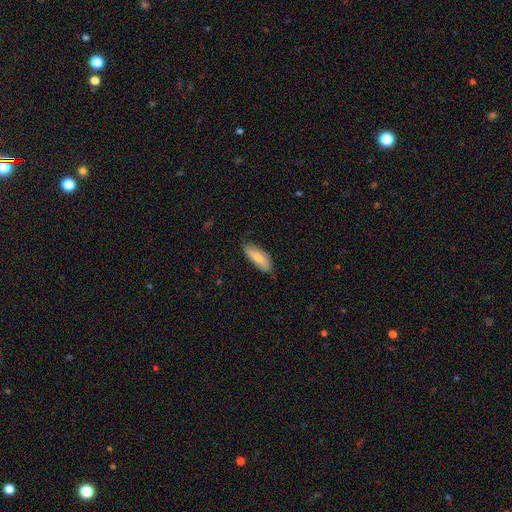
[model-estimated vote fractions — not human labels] Overall: smooth (77%). How rounded: in between (59%; cigar-shaped 39%). Merging: none (78%).